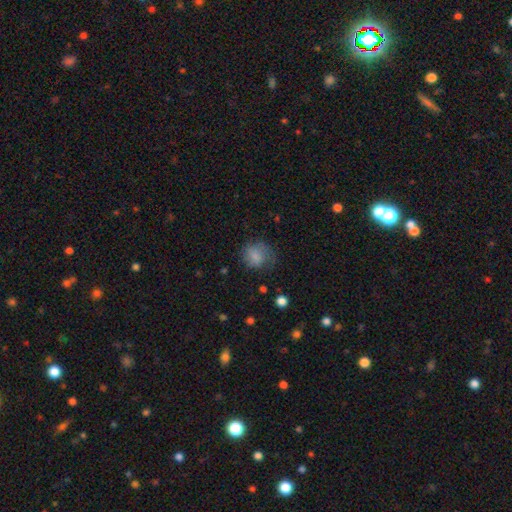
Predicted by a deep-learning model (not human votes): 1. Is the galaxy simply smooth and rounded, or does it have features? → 78% smooth, 13% featured or disk, 10% star or artifact.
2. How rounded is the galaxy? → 72% round, 27% in between, 1% cigar-shaped.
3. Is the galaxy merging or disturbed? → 53% none, 27% minor disturbance, 18% major disturbance, 2% merger.